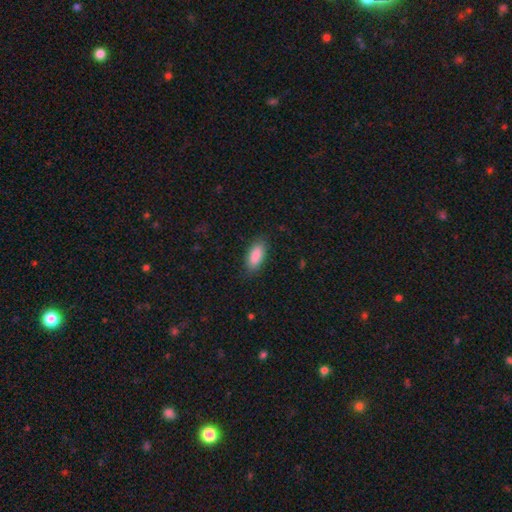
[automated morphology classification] A smooth galaxy with no disk features (89%) that is in between round and cigar-shaped (86%).

Vote fractions:
- Smooth or featured? smooth: 89% / star or artifact: 6% / featured or disk: 4%
- How rounded? in between: 86% / cigar-shaped: 12% / round: 2%
- Merging? none: 85% / minor disturbance: 11% / major disturbance: 3% / merger: 1%